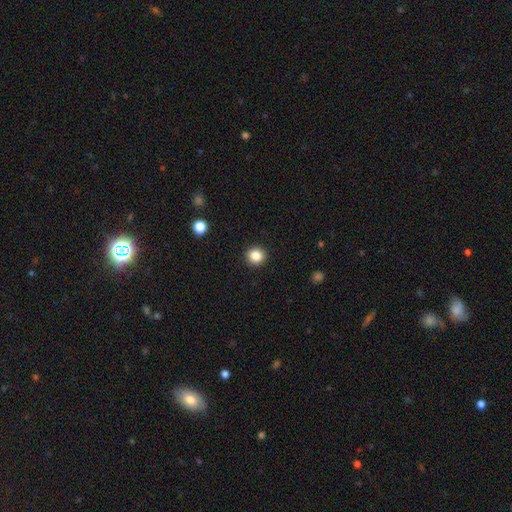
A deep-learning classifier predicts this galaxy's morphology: This appears to be a smooth galaxy with no disk features (85%) that is round (89%). Merging: none (92%).